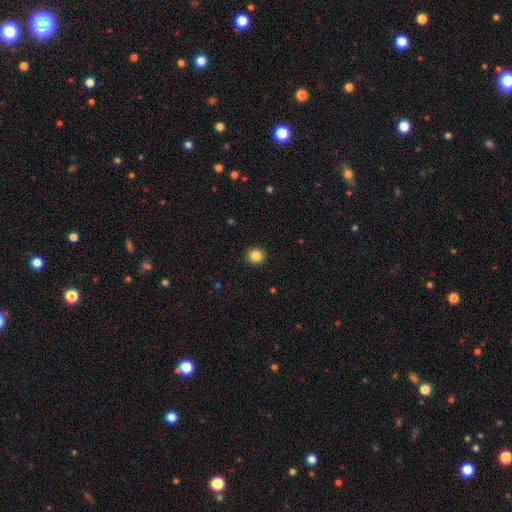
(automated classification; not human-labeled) Smooth or featured? smooth (85%)
How rounded? round (87%)
Merging? none (93%)